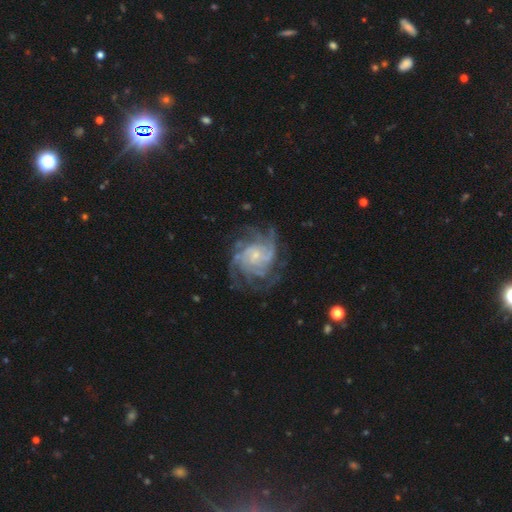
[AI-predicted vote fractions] This appears to be a featured or disk galaxy (89%) with no bar (68%), 4 (29%) tight (56%) spiral arms (97%) and a small central bulge (76%). Merging: none (69%).